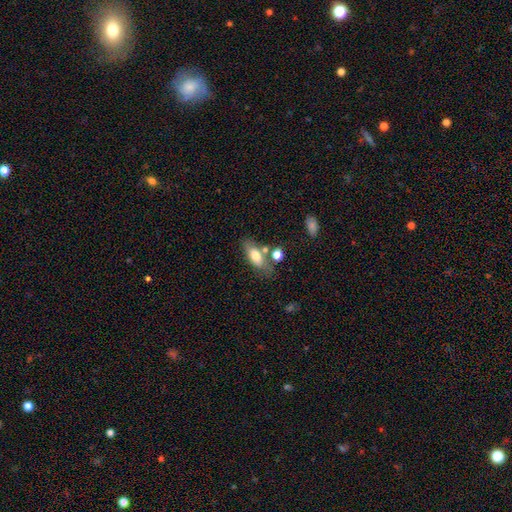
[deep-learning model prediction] smooth_or_featured: smooth (p=0.69) [alt: featured or disk p=0.23]
how_rounded: in between (p=0.79) [alt: cigar-shaped p=0.16]
merging: none (p=0.59) [alt: merger p=0.18]